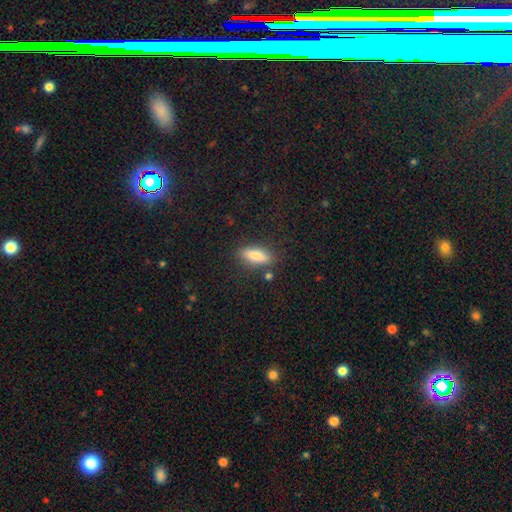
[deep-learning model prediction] Smooth or featured? Predicted: smooth (p=0.77). How rounded? Predicted: in between (p=0.57). Merging? Predicted: none (p=0.83).